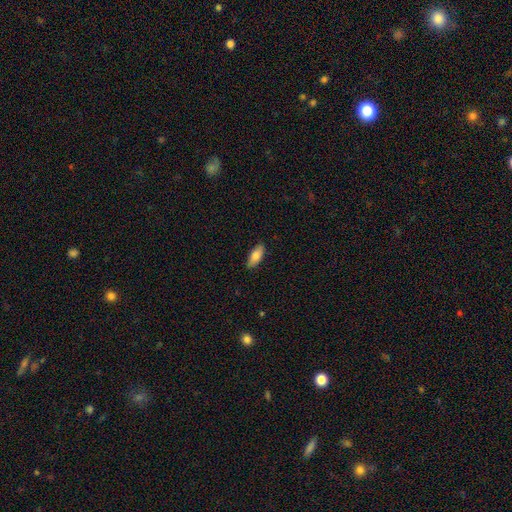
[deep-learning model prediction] This is clearly a smooth galaxy (81%). How rounded: clearly in between (82%). Merging: clearly none (86%).